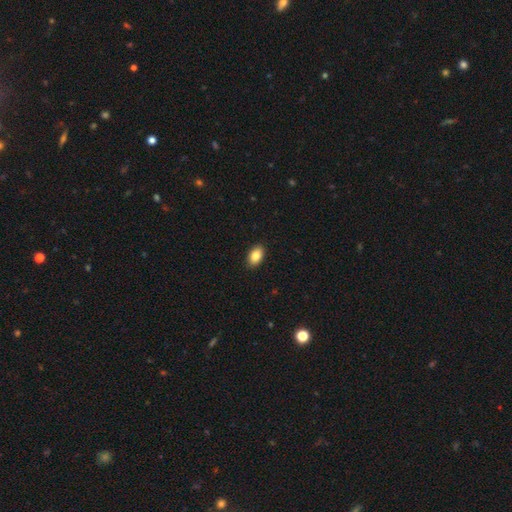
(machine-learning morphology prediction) Overall: smooth (86%). How rounded: in between (92%). Merging: none (91%).